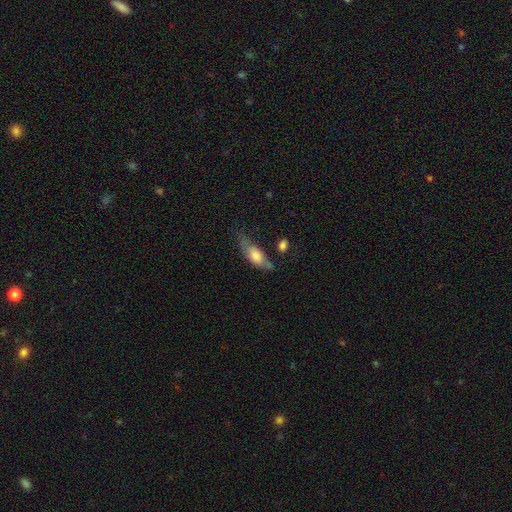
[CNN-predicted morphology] Smooth or featured? Predicted: smooth (p=0.64). How rounded? Predicted: in between (p=0.68). Merging? Predicted: none (p=0.43).